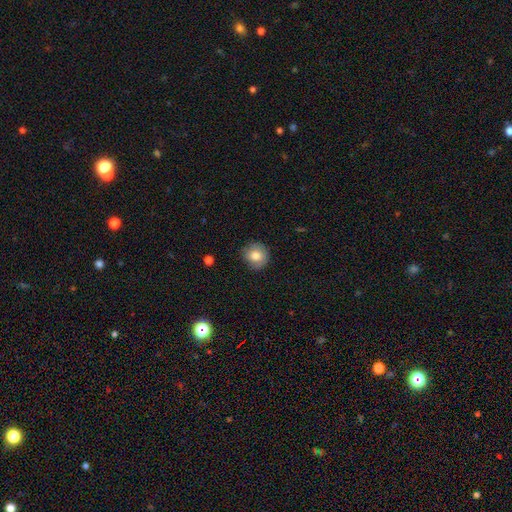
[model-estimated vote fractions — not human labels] This is clearly a smooth galaxy (80%). How rounded: clearly round (89%). Merging: clearly none (81%).